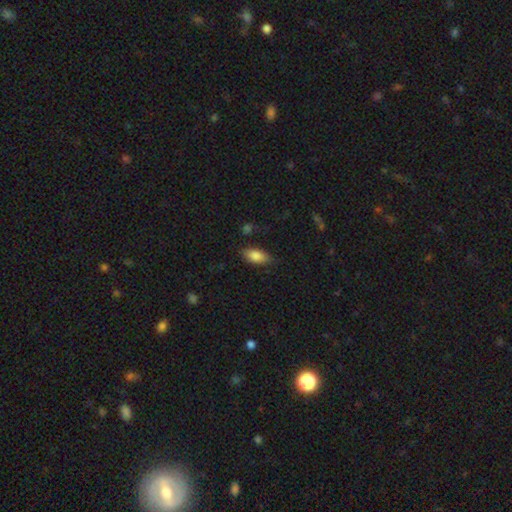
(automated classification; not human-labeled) A smooth galaxy with no disk features (85%) that is in between round and cigar-shaped (89%).

Vote fractions:
- Smooth or featured? smooth: 85% / featured or disk: 8% / star or artifact: 7%
- How rounded? in between: 89% / cigar-shaped: 8% / round: 3%
- Merging? none: 78% / minor disturbance: 16% / major disturbance: 4% / merger: 2%